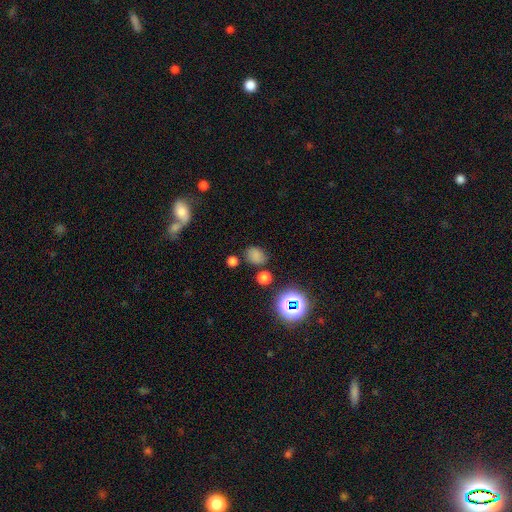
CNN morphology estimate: The model was most divided on "how rounded": in between: 59%, round: 39%, cigar-shaped: 1%. More confident: smooth or featured — smooth (72%); merging — none (72%).